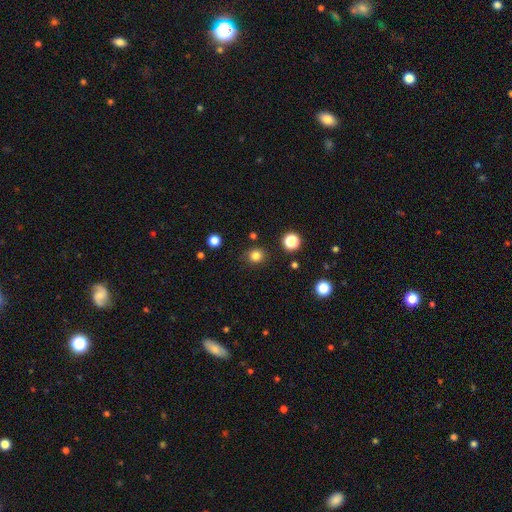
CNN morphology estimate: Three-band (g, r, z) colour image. It shows a smooth galaxy with no disk features (82%) that is round (87%). Merging: none (85%).